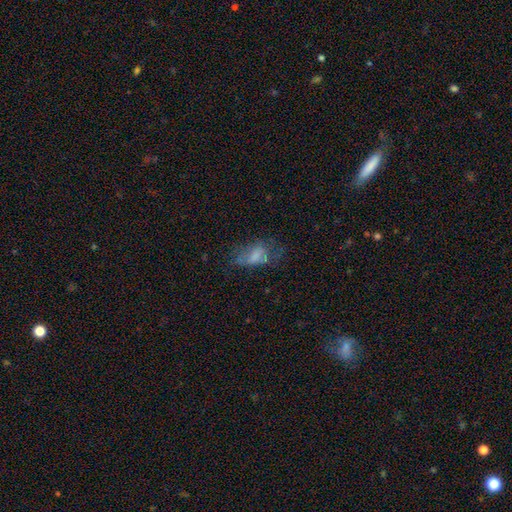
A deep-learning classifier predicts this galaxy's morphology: The model was most divided on "merging": none: 36%, major disturbance: 35%, minor disturbance: 25%, merger: 4%. More confident: how rounded — in between (84%); smooth or featured — smooth (55%).